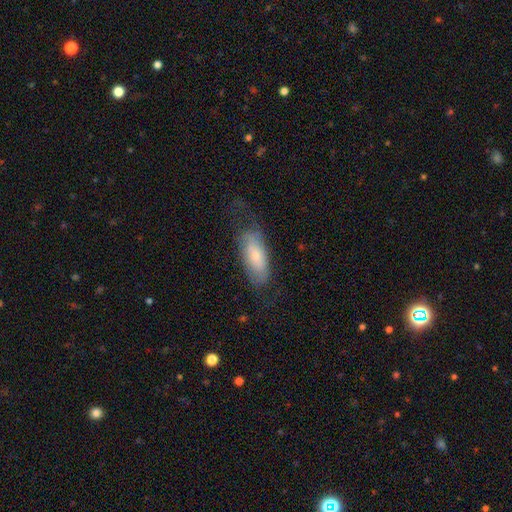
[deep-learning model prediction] smooth 62%, featured or disk 31%, star or artifact 7%. Down the decision tree: how rounded — in between (81%); merging — none (52%).